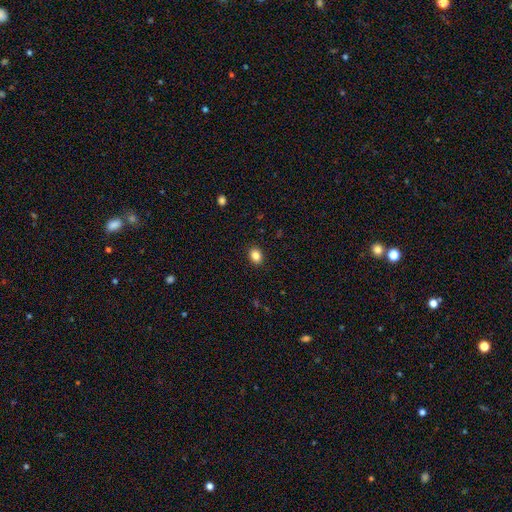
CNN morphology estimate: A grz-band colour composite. It shows a smooth galaxy with no disk features (85%) that is in between round and cigar-shaped (53%). Merging: none (91%).